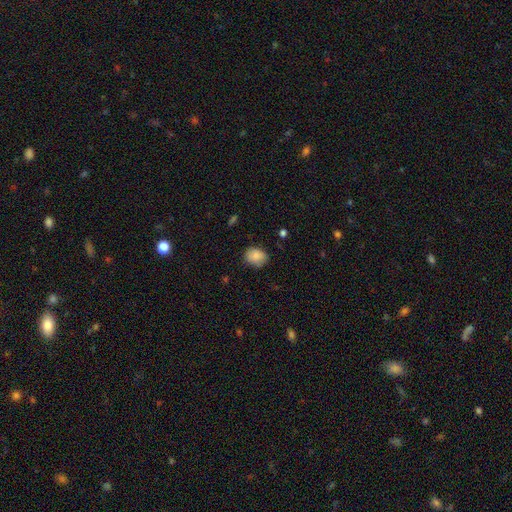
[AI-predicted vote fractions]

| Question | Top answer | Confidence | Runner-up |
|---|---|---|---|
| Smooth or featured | smooth | 84% | featured or disk (8%) |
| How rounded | in between | 50% | round (49%) |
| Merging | none | 75% | minor disturbance (20%) |